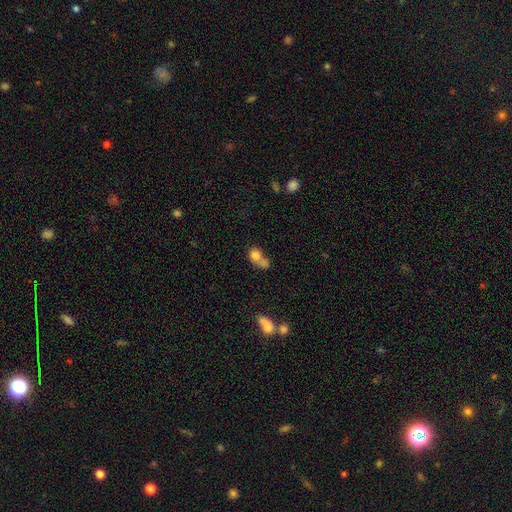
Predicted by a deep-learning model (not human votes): A smooth galaxy with no disk features (76%) that is round (65%).

Vote fractions:
- Smooth or featured? smooth: 76% / featured or disk: 13% / star or artifact: 11%
- How rounded? round: 65% / in between: 33% / cigar-shaped: 2%
- Merging? merger: 60% / none: 26% / minor disturbance: 8% / major disturbance: 6%